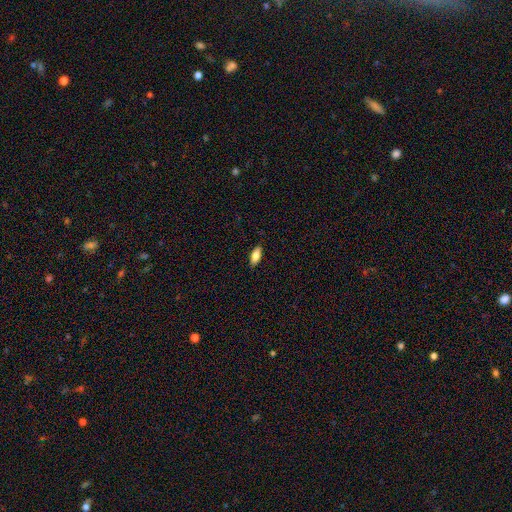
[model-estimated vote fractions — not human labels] This appears to be a smooth galaxy with no disk features (78%) that is in between round and cigar-shaped (80%). Merging: none (89%).